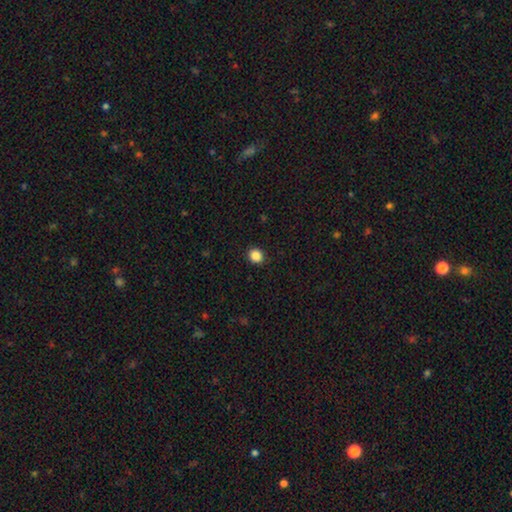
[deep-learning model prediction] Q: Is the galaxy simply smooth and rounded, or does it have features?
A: smooth — 86%.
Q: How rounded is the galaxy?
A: round — 80%.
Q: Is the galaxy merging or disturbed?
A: none — 91%.